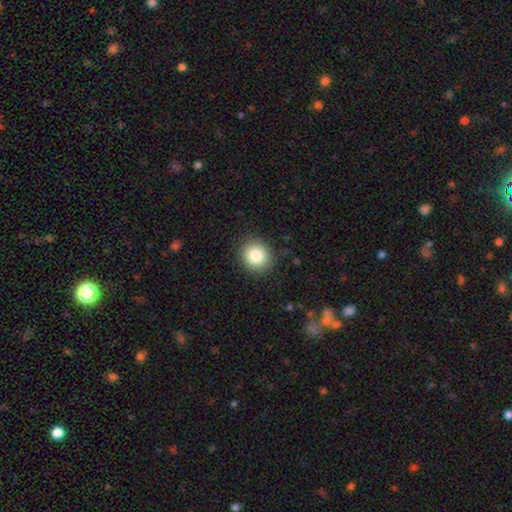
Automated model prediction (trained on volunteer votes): Overall: smooth (83%). How rounded: round (87%). Merging: none (89%).